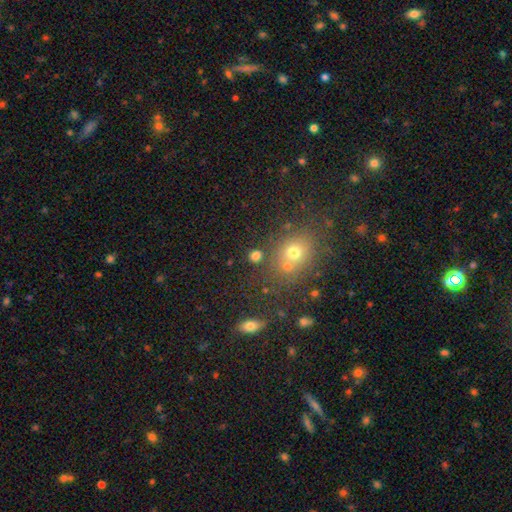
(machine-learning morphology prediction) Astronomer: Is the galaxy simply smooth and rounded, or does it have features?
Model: smooth — 74%.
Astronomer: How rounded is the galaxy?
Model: round — 75%.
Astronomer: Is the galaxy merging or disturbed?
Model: none — 75%.